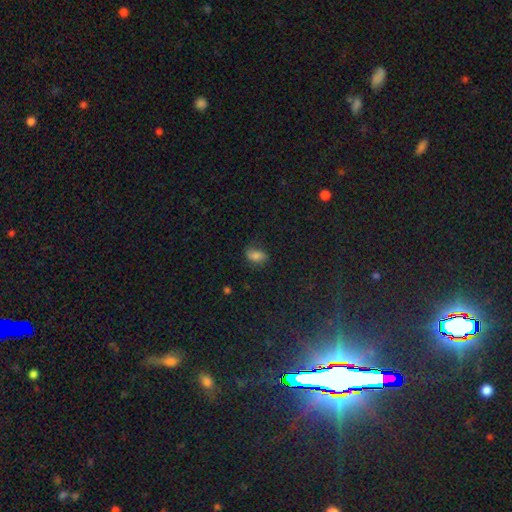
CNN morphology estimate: Q: Smooth or featured?
A: smooth (75%); runner-up: star or artifact (14%)
Q: How rounded?
A: in between (88%); runner-up: round (10%)
Q: Merging?
A: none (63%); runner-up: minor disturbance (26%)